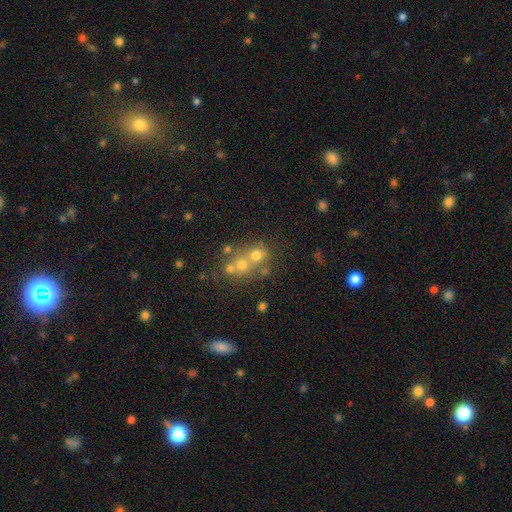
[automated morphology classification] This appears to be a smooth galaxy with no disk features (56%) that is round (78%). Merging: merger (48%).